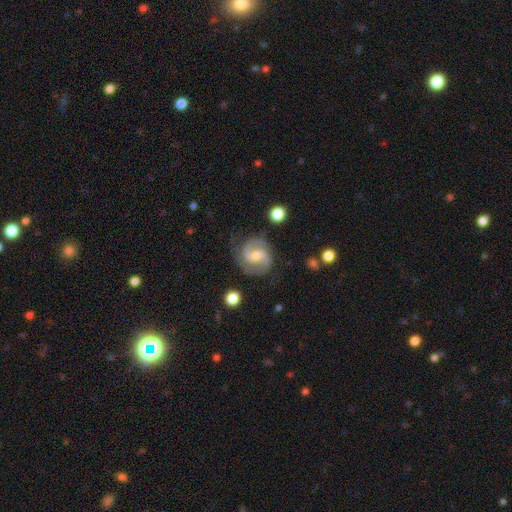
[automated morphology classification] This is clearly a featured or disk galaxy (88%). It is clearly not viewed edge-on (98%). Bar: possibly weak (51%). Spiral arm pattern: clearly yes (98%). Spiral arm count: clearly 2 (91%). Spiral winding: possibly medium (57%). Central bulge: possibly moderate (47%). Merging: likely none (77%).